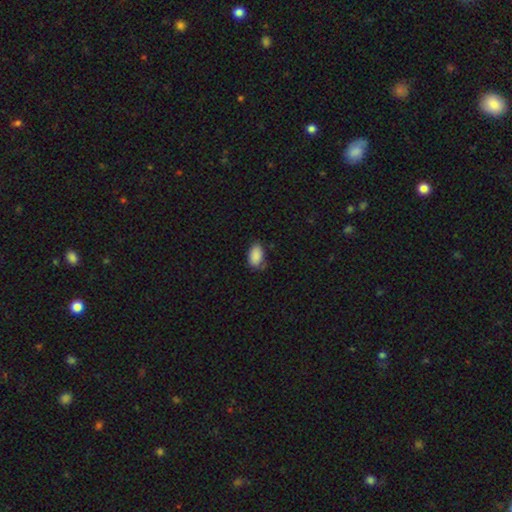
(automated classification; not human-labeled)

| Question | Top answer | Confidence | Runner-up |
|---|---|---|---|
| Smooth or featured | smooth | 88% | star or artifact (8%) |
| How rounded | in between | 93% | round (6%) |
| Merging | none | 64% | minor disturbance (28%) |